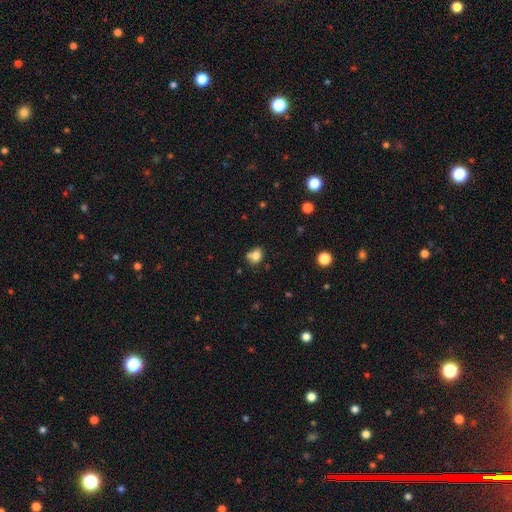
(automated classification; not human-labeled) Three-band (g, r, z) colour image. It shows a smooth galaxy with no disk features (78%) that is round (51%). Merging: none (50%).